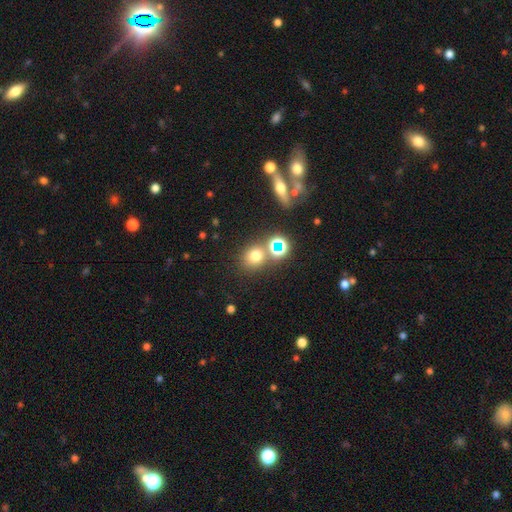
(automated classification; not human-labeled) Smooth or featured?
  - smooth: 67% *
  - star or artifact: 24%
  - featured or disk: 9%
How rounded?
  - round: 77% *
  - in between: 22%
  - cigar-shaped: 1%
Merging?
  - none: 70% *
  - merger: 16%
  - minor disturbance: 9%
  - major disturbance: 4%